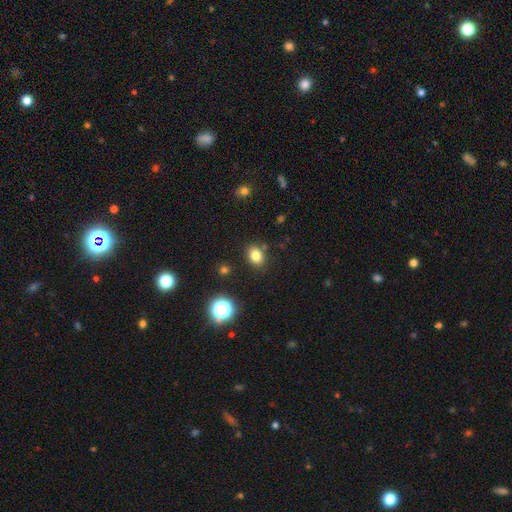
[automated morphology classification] A smooth galaxy with no disk features (80%) that is in between round and cigar-shaped (61%).

Vote fractions:
- Smooth or featured? smooth: 80% / star or artifact: 13% / featured or disk: 7%
- How rounded? in between: 61% / round: 38% / cigar-shaped: 1%
- Merging? none: 84% / minor disturbance: 10% / merger: 3% / major disturbance: 3%